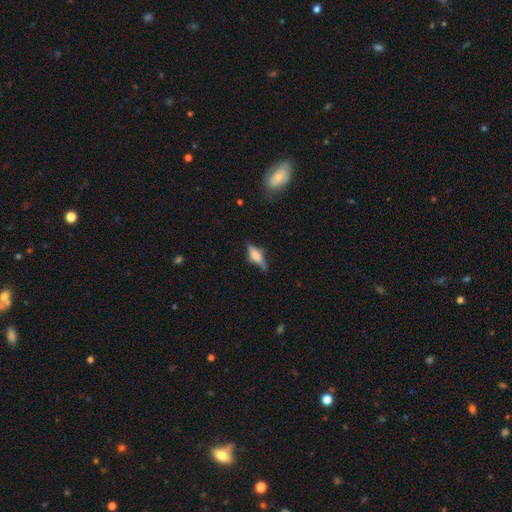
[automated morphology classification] Q: Smooth or featured?
A: smooth (46%); runner-up: featured or disk (45%)
Q: Merging?
A: none (69%); runner-up: minor disturbance (23%)